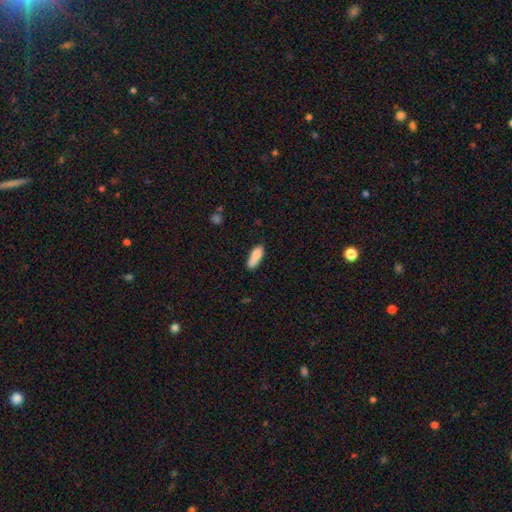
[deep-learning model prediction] Smooth or featured? smooth (84%)
How rounded? in between (55%)
Merging? none (65%)